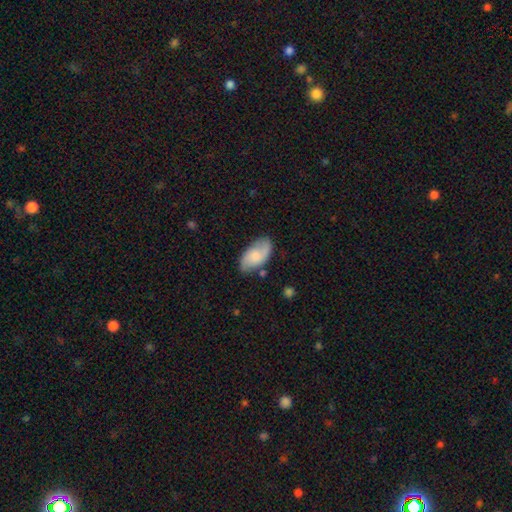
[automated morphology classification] smooth-or-featured: smooth: 51% | featured or disk: 42% | star or artifact: 7%
  how-rounded: in between: 94% | round: 3% | cigar-shaped: 2%
  merging: none: 69% | minor disturbance: 21% | major disturbance: 6% | merger: 3%